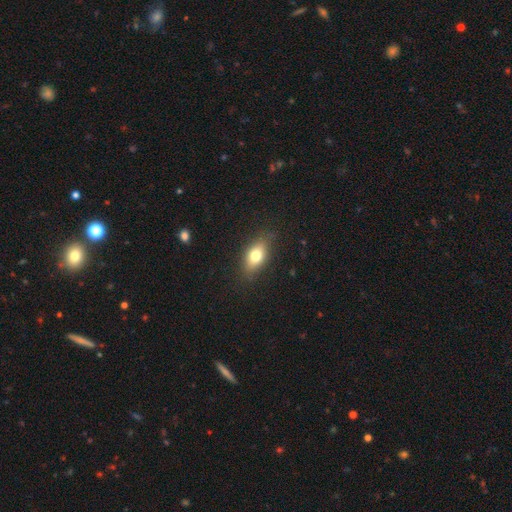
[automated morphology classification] Smooth or featured? smooth (73%)
How rounded? in between (82%)
Merging? none (81%)